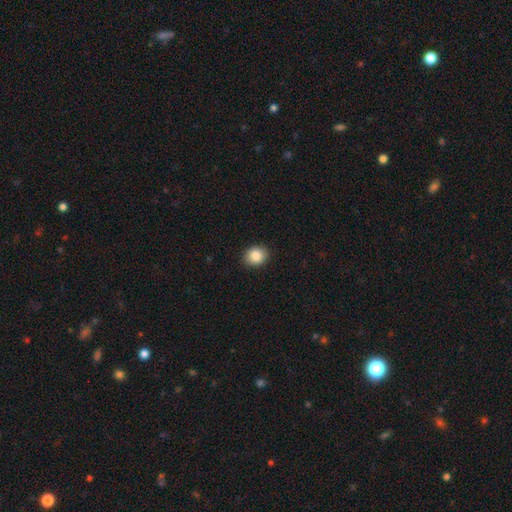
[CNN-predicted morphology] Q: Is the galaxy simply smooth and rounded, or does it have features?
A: smooth — 86%.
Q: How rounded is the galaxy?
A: round — 58%.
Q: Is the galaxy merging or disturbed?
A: none — 90%.